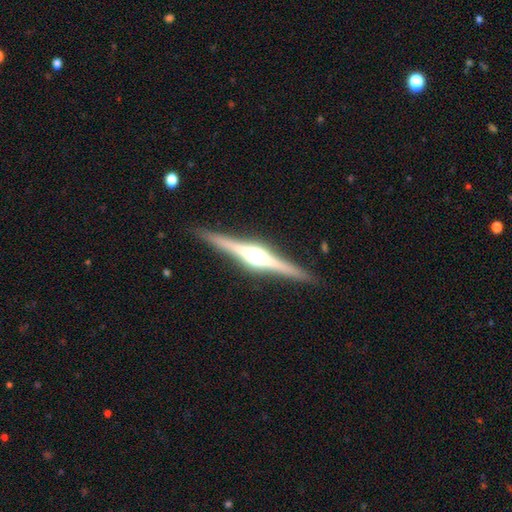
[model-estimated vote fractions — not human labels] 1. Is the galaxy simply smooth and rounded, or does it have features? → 85% featured or disk, 10% smooth, 5% star or artifact.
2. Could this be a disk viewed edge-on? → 98% yes, 2% no.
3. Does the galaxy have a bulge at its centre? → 92% rounded, 6% boxy, 2% none.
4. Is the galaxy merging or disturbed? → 91% none, 7% minor disturbance, 1% major disturbance, 1% merger.